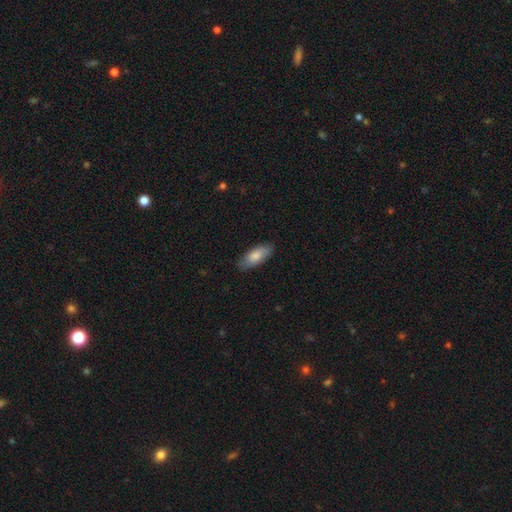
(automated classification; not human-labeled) Smooth or featured? smooth (80%)
How rounded? in between (76%)
Merging? none (84%)